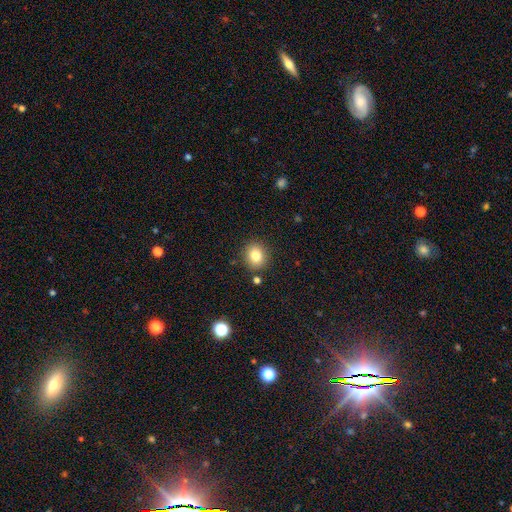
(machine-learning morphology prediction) Smooth or featured: smooth — 82% (star or artifact — 11%)
How rounded: round — 74% (in between — 25%)
Merging: none — 85% (minor disturbance — 9%)